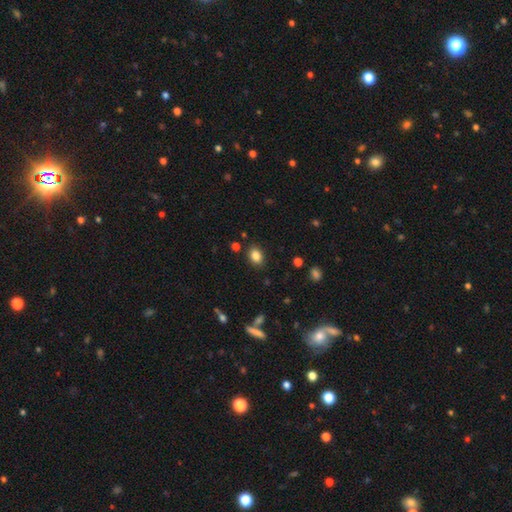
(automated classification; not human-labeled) Smooth or featured? Predicted: smooth (p=0.84). How rounded? Predicted: in between (p=0.65). Merging? Predicted: none (p=0.86).